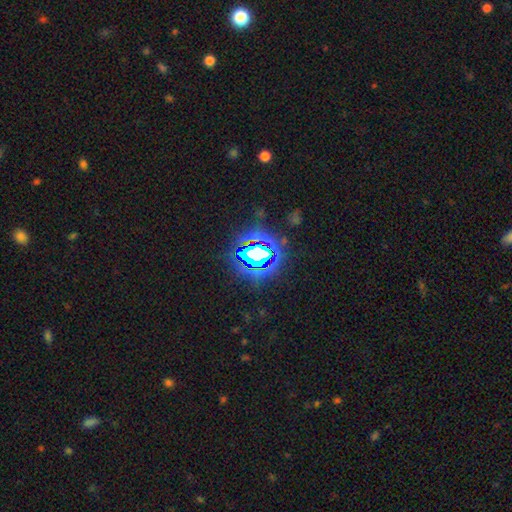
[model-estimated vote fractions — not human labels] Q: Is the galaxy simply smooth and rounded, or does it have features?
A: star or artifact — 76%.